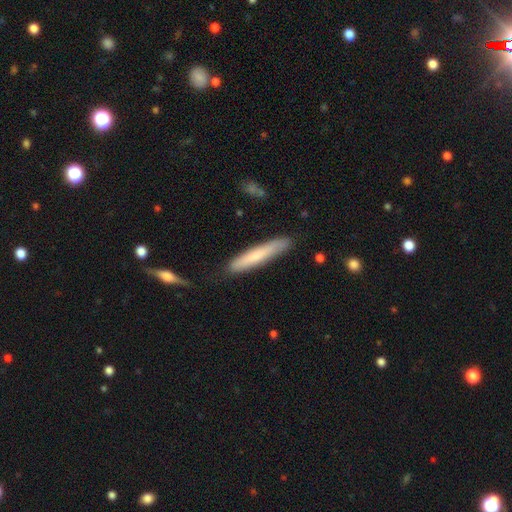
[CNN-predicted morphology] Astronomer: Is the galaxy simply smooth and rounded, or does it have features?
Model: smooth — 68%.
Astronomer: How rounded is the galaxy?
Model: cigar-shaped — 92%.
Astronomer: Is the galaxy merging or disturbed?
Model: none — 81%.